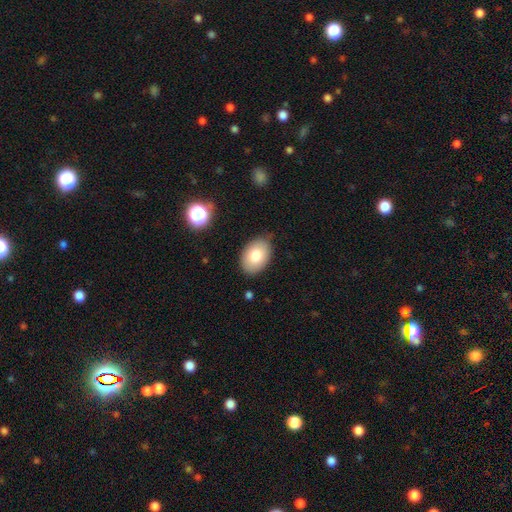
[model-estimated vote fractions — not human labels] The model was most divided on "smooth or featured": smooth: 79%, featured or disk: 14%, star or artifact: 8%. More confident: how rounded — in between (86%); merging — none (81%).